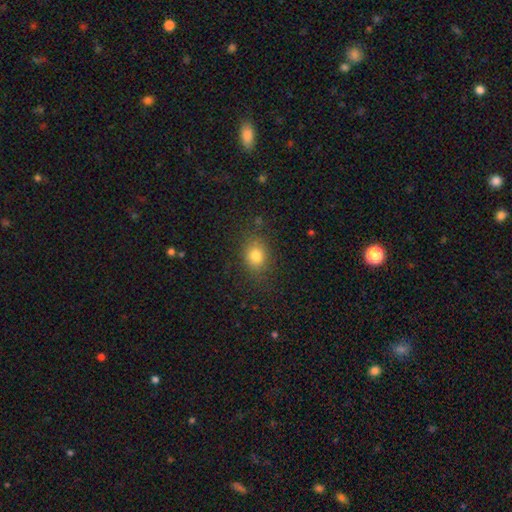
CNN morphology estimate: This is likely a smooth galaxy (79%). How rounded: possibly round (51%). Merging: likely none (80%).